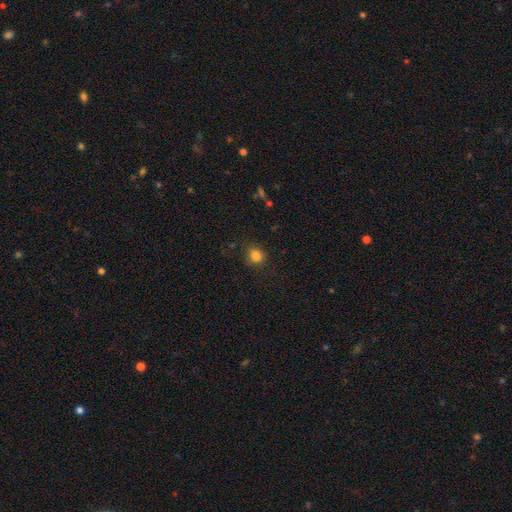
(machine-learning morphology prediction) A smooth galaxy with no disk features (83%) that is round (79%).

Vote fractions:
- Smooth or featured? smooth: 83% / star or artifact: 12% / featured or disk: 5%
- How rounded? round: 79% / in between: 20% / cigar-shaped: 1%
- Merging? none: 84% / minor disturbance: 11% / major disturbance: 3% / merger: 1%